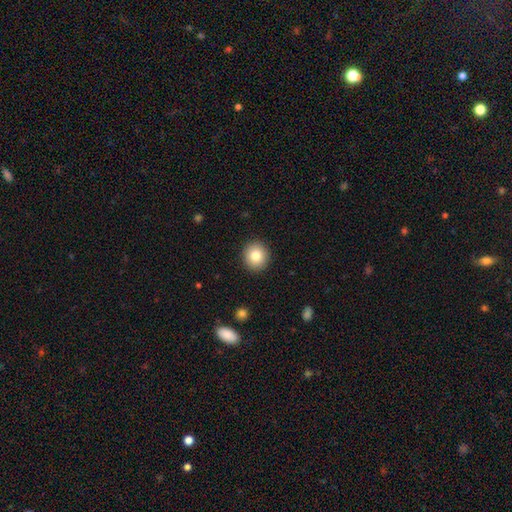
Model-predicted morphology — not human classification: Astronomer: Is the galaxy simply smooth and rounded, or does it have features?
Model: smooth — 82%.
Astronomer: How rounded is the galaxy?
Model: round — 91%.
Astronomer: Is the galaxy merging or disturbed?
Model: none — 92%.